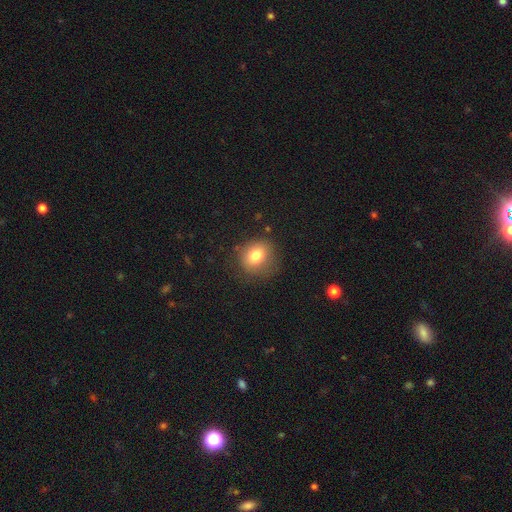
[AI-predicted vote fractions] Q: Smooth or featured?
A: smooth (79%); runner-up: star or artifact (11%)
Q: How rounded?
A: round (72%); runner-up: in between (27%)
Q: Merging?
A: none (76%); runner-up: minor disturbance (17%)